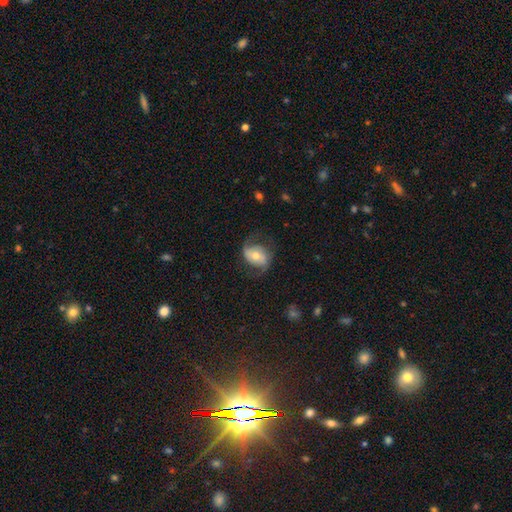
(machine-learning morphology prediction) The model was most divided on "spiral winding": loose: 47%, medium: 39%, tight: 14%. Remaining: edge-on disk — no (96%); spiral arm count — 2 (88%); spiral arms — yes (86%); merging — none (66%); bulge size — moderate (64%); smooth or featured — featured or disk (64%); bar — no (47%).